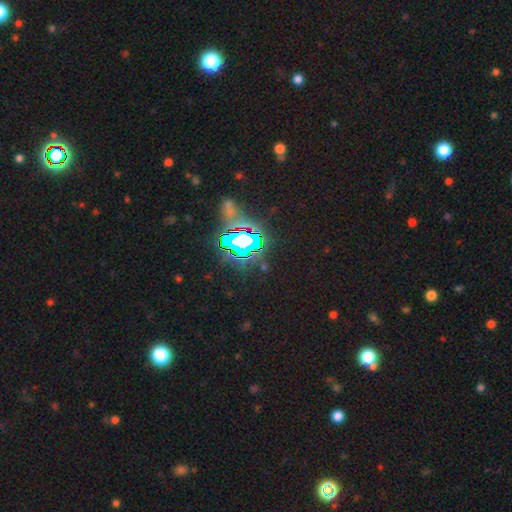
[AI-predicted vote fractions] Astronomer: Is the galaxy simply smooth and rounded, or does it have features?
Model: star or artifact — 82%.